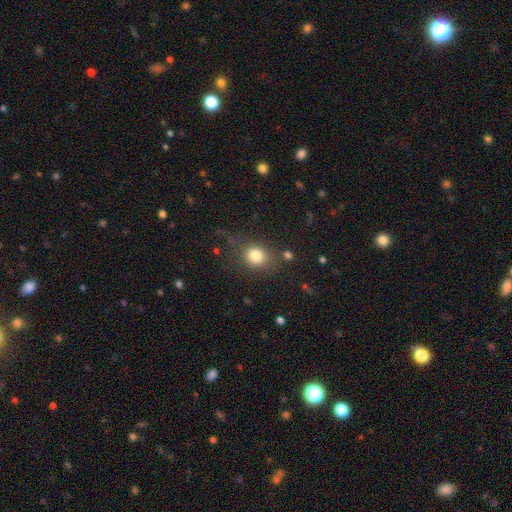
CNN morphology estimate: Smooth or featured?
  - smooth: 81% *
  - star or artifact: 11%
  - featured or disk: 7%
How rounded?
  - round: 69% *
  - in between: 30%
  - cigar-shaped: 1%
Merging?
  - none: 74% *
  - minor disturbance: 15%
  - major disturbance: 7%
  - merger: 4%